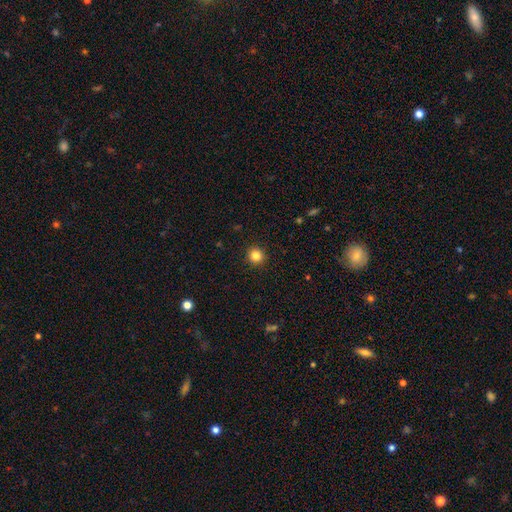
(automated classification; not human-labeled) Smooth or featured? smooth (84%)
How rounded? round (94%)
Merging? none (93%)